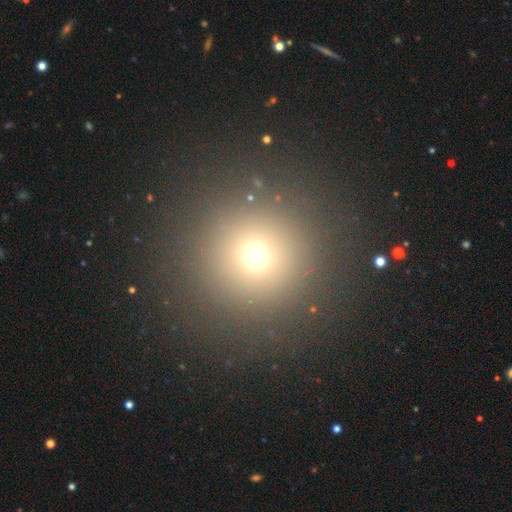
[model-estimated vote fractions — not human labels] A smooth galaxy with no disk features (66%) that is round (96%). Merging: none (90%).